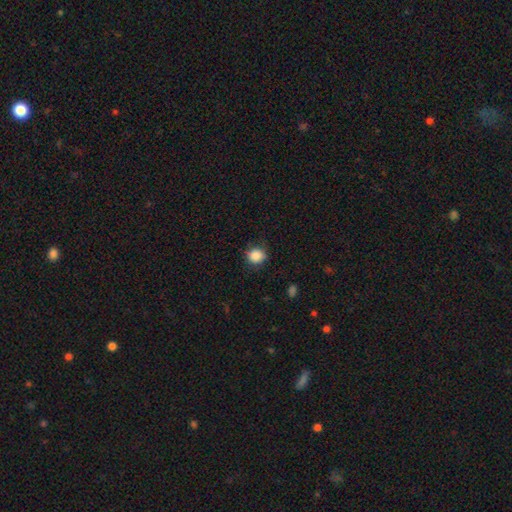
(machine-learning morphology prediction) A smooth galaxy with no disk features (87%) that is round (83%).

Vote fractions:
- Smooth or featured? smooth: 87% / star or artifact: 10% / featured or disk: 3%
- How rounded? round: 83% / in between: 16% / cigar-shaped: 1%
- Merging? none: 79% / minor disturbance: 16% / major disturbance: 4% / merger: 1%